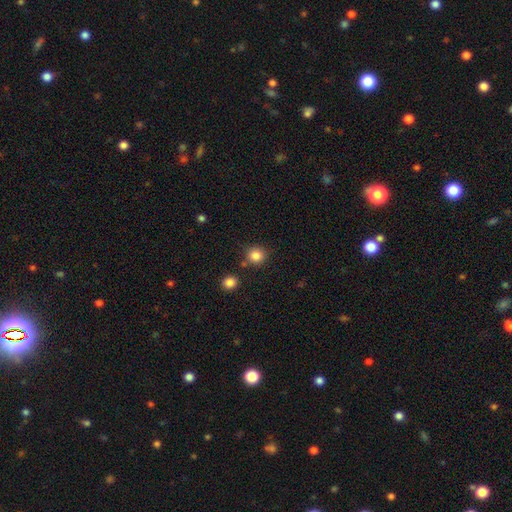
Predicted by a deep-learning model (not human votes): Smooth or featured? smooth (85%)
How rounded? round (88%)
Merging? none (80%)